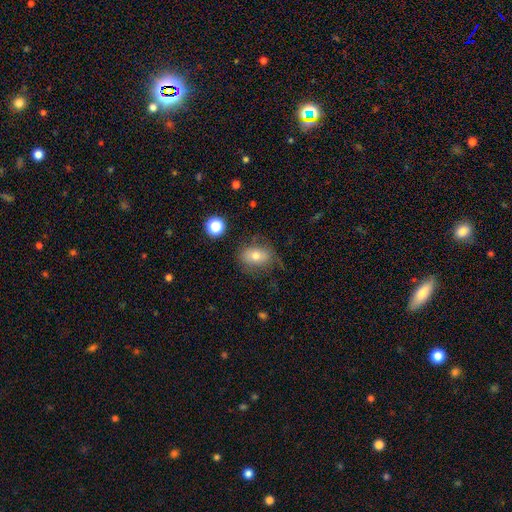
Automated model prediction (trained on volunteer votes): smooth 70%, featured or disk 19%, star or artifact 11%. Down the decision tree: how rounded — in between (66%); merging — none (62%).